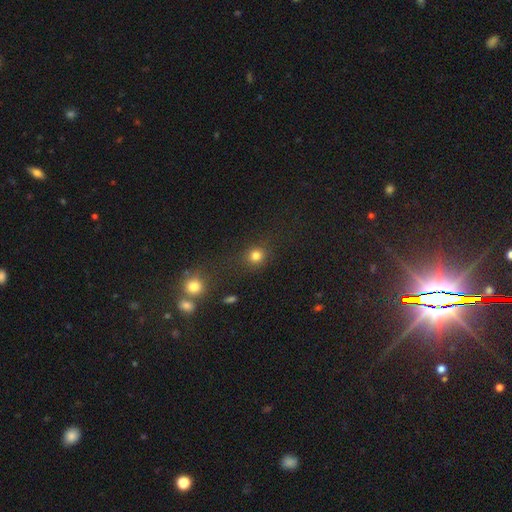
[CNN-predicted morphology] smooth_or_featured: smooth (p=0.79) [alt: star or artifact p=0.16]
how_rounded: round (p=0.87) [alt: in between p=0.12]
merging: none (p=0.78) [alt: minor disturbance p=0.10]